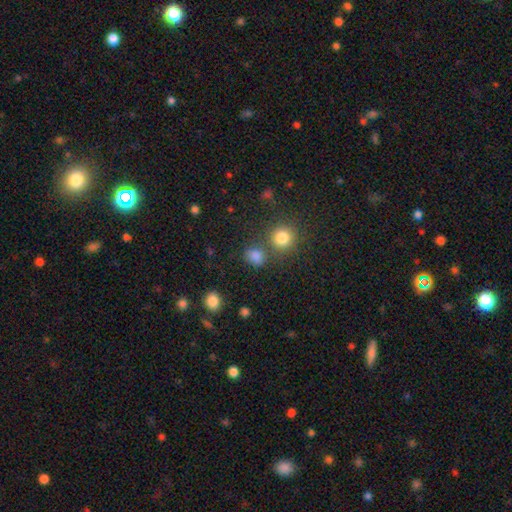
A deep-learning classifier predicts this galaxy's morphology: type=smooth (78%); roundness=round (60%); merging=none (66%).